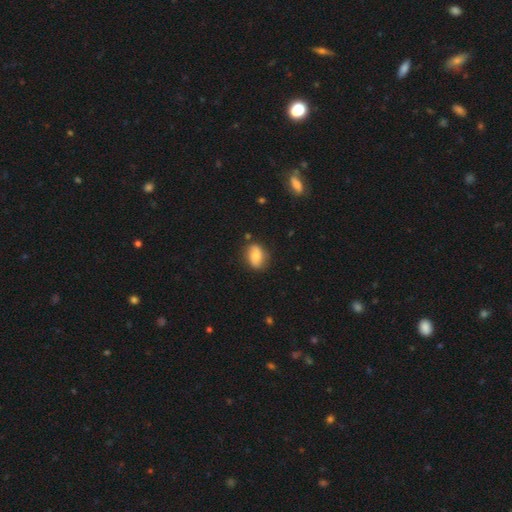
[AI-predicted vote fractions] This is likely a smooth galaxy (66%). How rounded: likely in between (77%). Merging: likely none (77%).